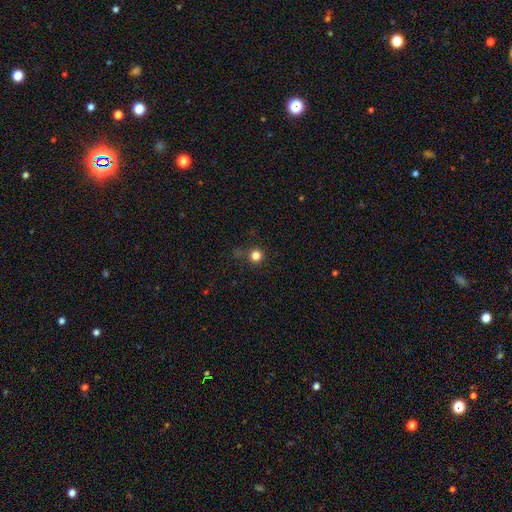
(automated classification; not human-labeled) Morphology: type=smooth (80%); roundness=round (95%); merging=none (84%).